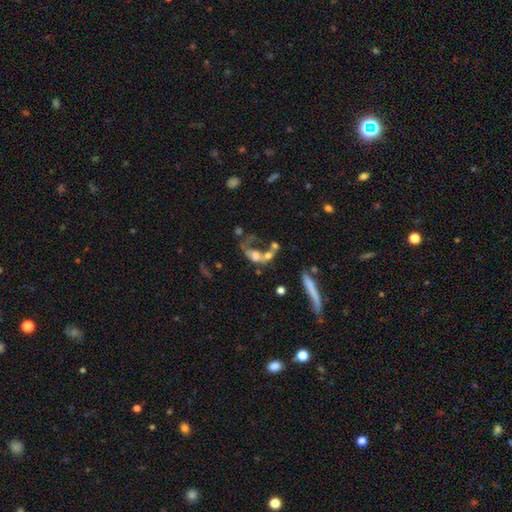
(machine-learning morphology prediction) smooth-or-featured: featured or disk: 47% | smooth: 40% | star or artifact: 13%
  merging: merger: 47% | major disturbance: 29% | none: 16% | minor disturbance: 8%